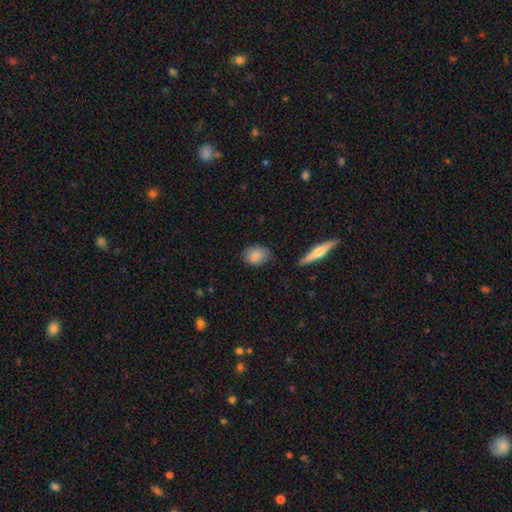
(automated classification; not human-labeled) Smooth or featured? smooth (86%)
How rounded? in between (60%)
Merging? none (73%)